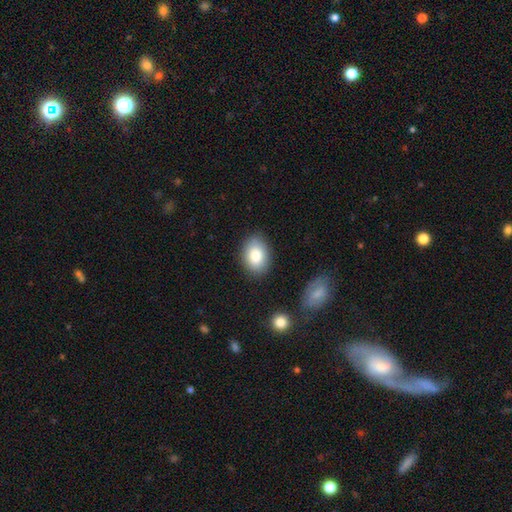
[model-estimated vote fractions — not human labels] Smooth or featured? Predicted: smooth (p=0.85). How rounded? Predicted: in between (p=0.80). Merging? Predicted: none (p=0.83).